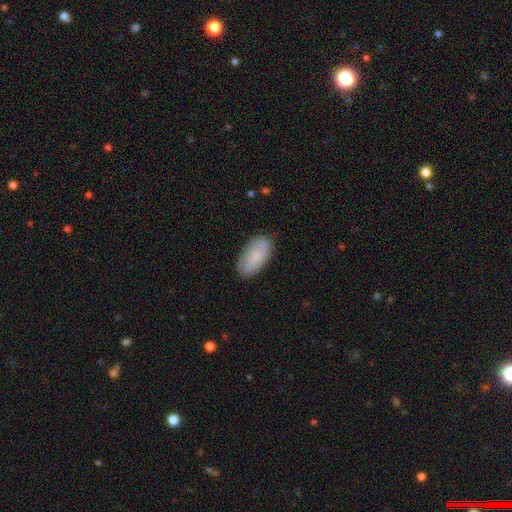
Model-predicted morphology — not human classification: This appears to be a smooth galaxy with no disk features (83%) that is in between round and cigar-shaped (94%). Merging: none (86%).